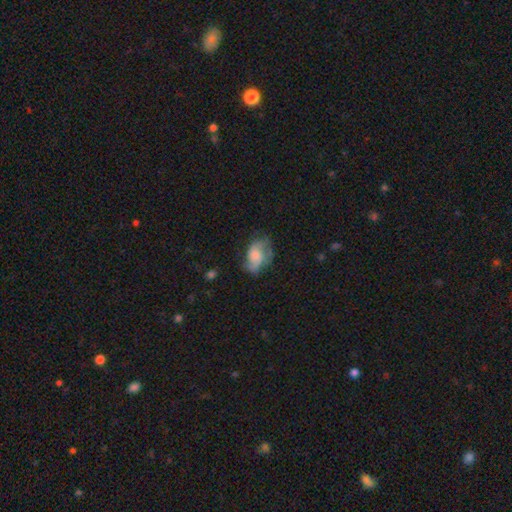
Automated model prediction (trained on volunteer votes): This appears to be a smooth galaxy with no disk features (51%) that is in between round and cigar-shaped (83%). Merging: none (44%).